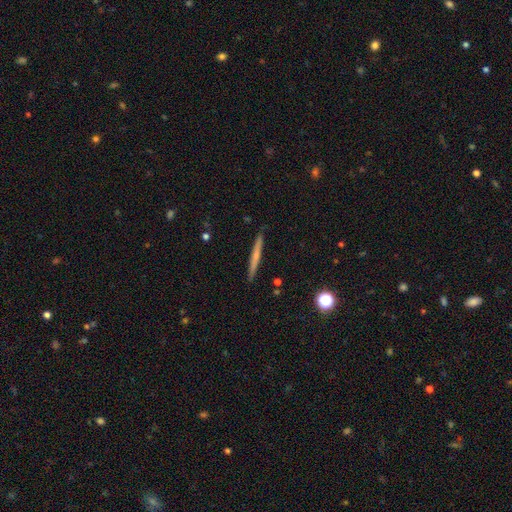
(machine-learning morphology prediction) The model was most divided on "smooth or featured": smooth: 50%, featured or disk: 43%, star or artifact: 7%. More confident: how rounded — cigar-shaped (96%); merging — none (91%).